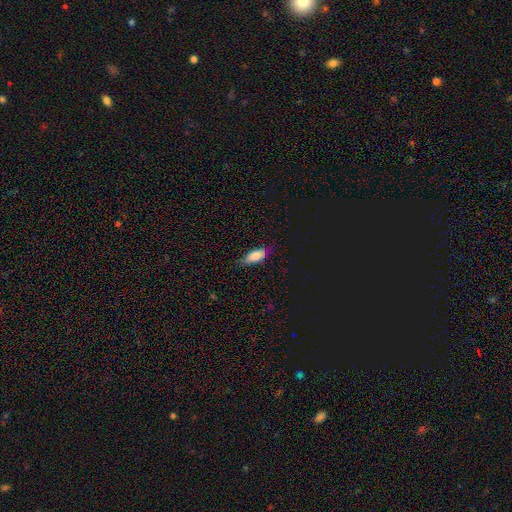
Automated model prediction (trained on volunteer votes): Morphology: type=smooth (82%); roundness=in between (78%); merging=none (73%).